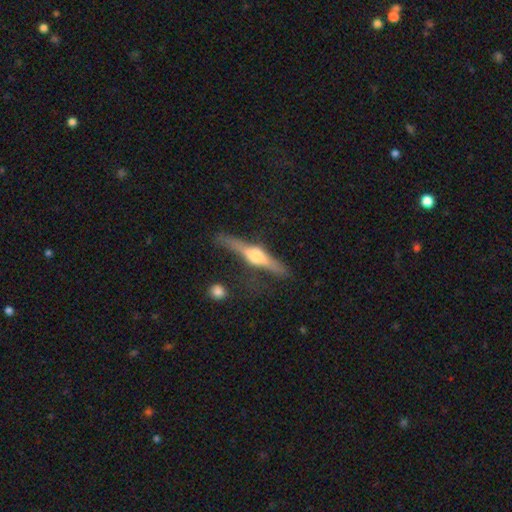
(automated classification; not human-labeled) The model was most divided on "smooth or featured": featured or disk: 76%, smooth: 18%, star or artifact: 6%. More confident: edge-on disk — yes (97%); edge-on bulge — rounded (90%); merging — none (77%).